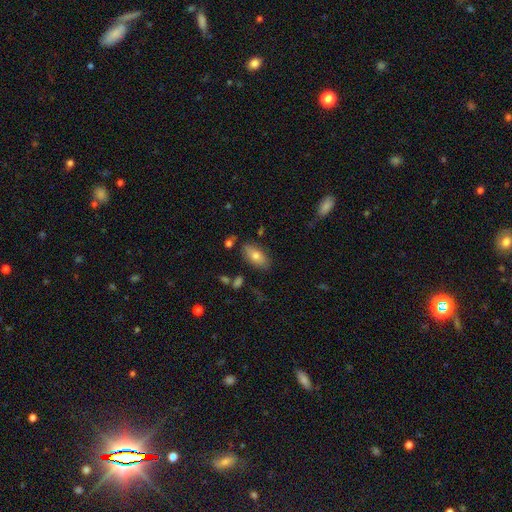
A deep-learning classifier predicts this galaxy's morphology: Smooth or featured?
  - smooth: 74% *
  - featured or disk: 19%
  - star or artifact: 7%
How rounded?
  - in between: 90% *
  - cigar-shaped: 7%
  - round: 3%
Merging?
  - none: 79% *
  - minor disturbance: 14%
  - merger: 3%
  - major disturbance: 3%